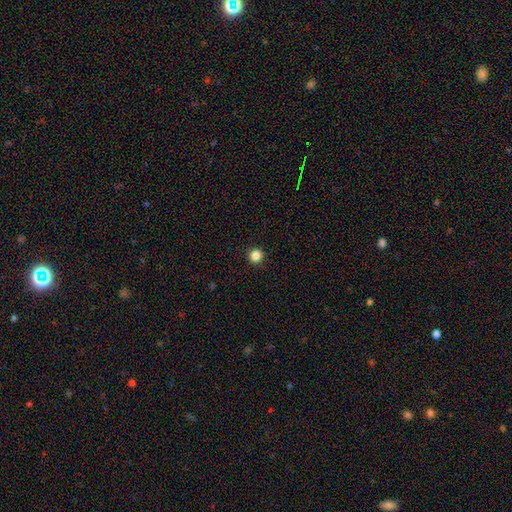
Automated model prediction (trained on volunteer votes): Q: Smooth or featured?
A: smooth (84%); runner-up: star or artifact (12%)
Q: How rounded?
A: round (95%); runner-up: in between (4%)
Q: Merging?
A: none (93%); runner-up: minor disturbance (5%)